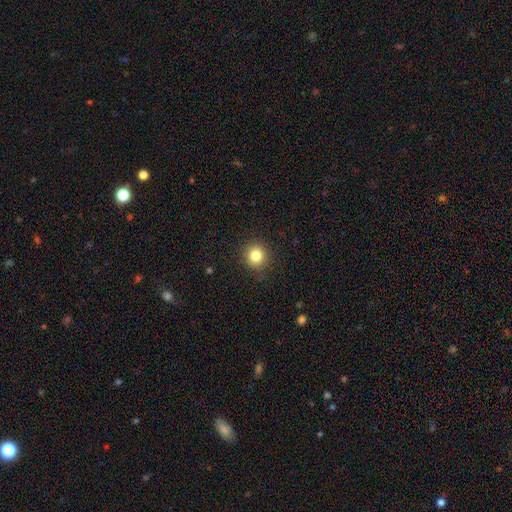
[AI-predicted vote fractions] Smooth or featured? smooth (82%)
How rounded? round (92%)
Merging? none (90%)